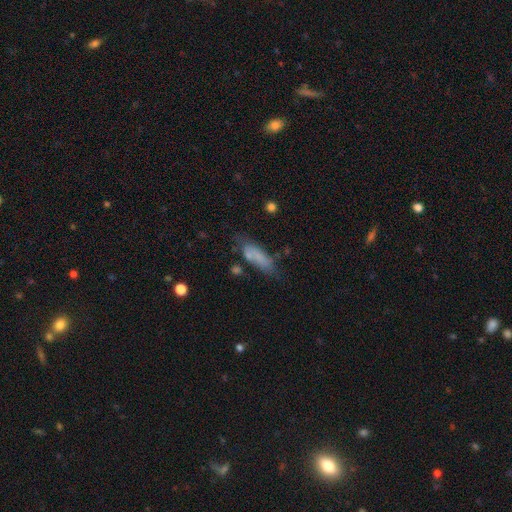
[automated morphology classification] A smooth galaxy with no disk features (72%) that is in between round and cigar-shaped (53%). Merging: none (57%).